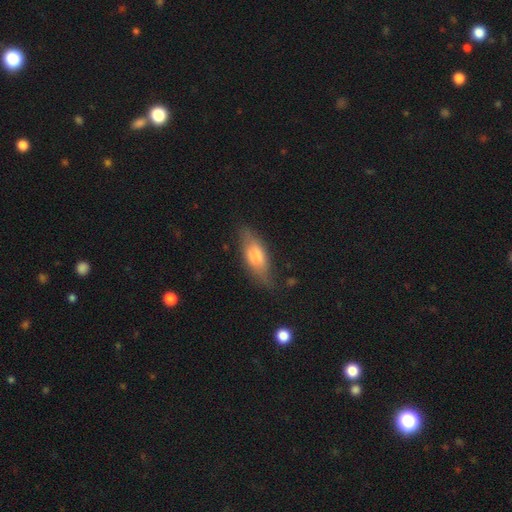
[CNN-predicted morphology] Q: Smooth or featured?
A: smooth (63%); runner-up: featured or disk (30%)
Q: How rounded?
A: in between (64%); runner-up: cigar-shaped (33%)
Q: Merging?
A: none (67%); runner-up: minor disturbance (23%)